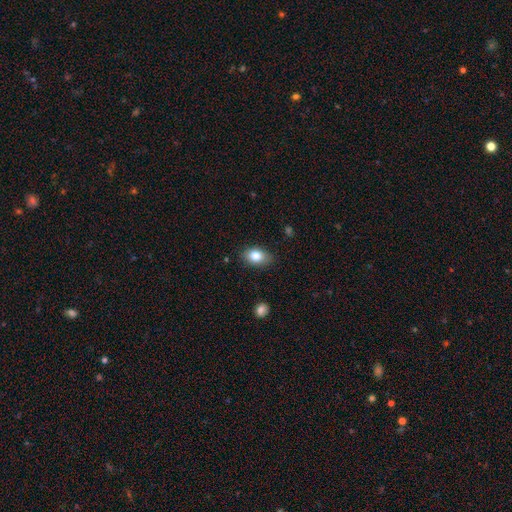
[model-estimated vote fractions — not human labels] Smooth or featured?
  - smooth: 80% *
  - featured or disk: 11%
  - star or artifact: 8%
How rounded?
  - in between: 83% *
  - round: 15%
  - cigar-shaped: 1%
Merging?
  - none: 84% *
  - minor disturbance: 12%
  - major disturbance: 2%
  - merger: 1%